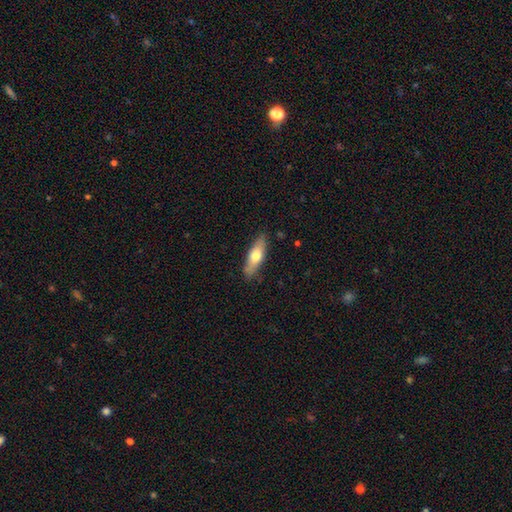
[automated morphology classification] smooth 63%, featured or disk 32%, star or artifact 6%. Down the decision tree: how rounded — cigar-shaped (50%); merging — none (85%).